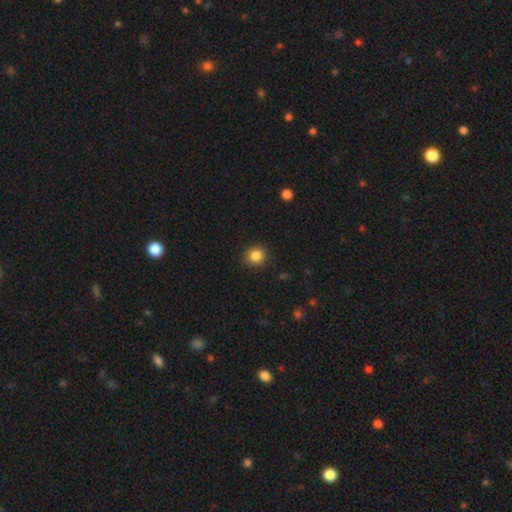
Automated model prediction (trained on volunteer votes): A smooth galaxy with no disk features (85%) that is round (90%). Merging: none (90%).